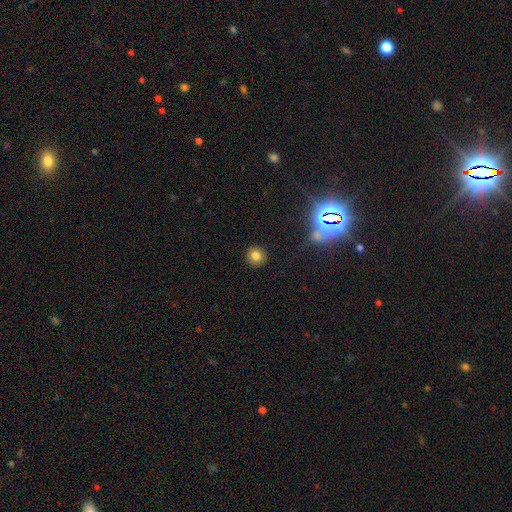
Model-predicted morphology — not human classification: Smooth or featured? Predicted: smooth (p=0.77). How rounded? Predicted: round (p=0.92). Merging? Predicted: none (p=0.90).